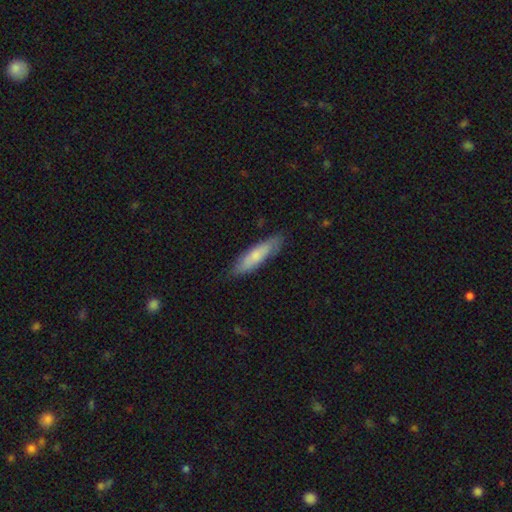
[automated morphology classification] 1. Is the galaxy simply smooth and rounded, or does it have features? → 71% smooth, 24% featured or disk, 5% star or artifact.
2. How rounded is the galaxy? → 73% cigar-shaped, 25% in between, 2% round.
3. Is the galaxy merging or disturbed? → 81% none, 15% minor disturbance, 2% major disturbance, 1% merger.